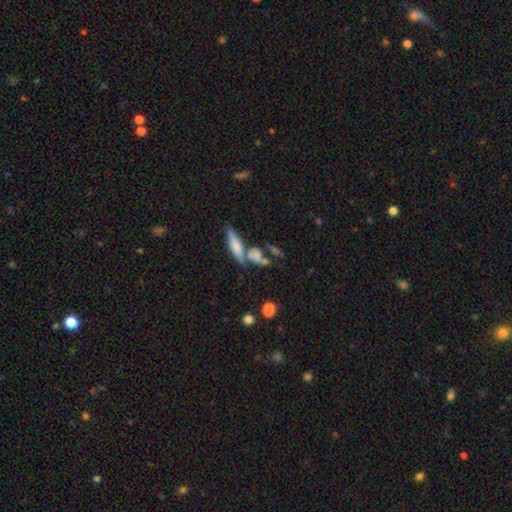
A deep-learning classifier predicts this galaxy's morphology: This appears to be a smooth galaxy with no disk features (55%) that is in between round and cigar-shaped (49%). Merging: none (41%).